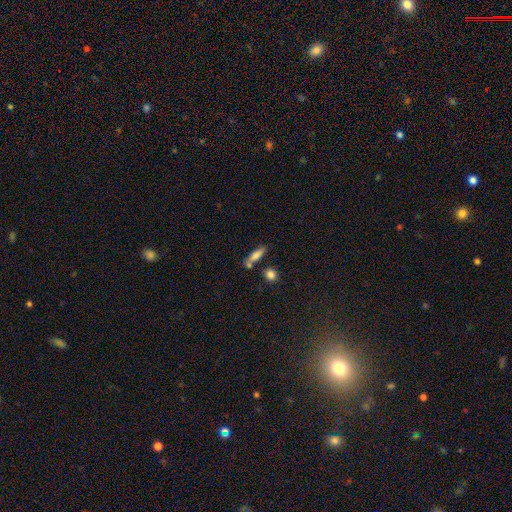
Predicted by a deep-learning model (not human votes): This is likely a smooth galaxy (72%). How rounded: possibly cigar-shaped (58%). Merging: likely none (61%).